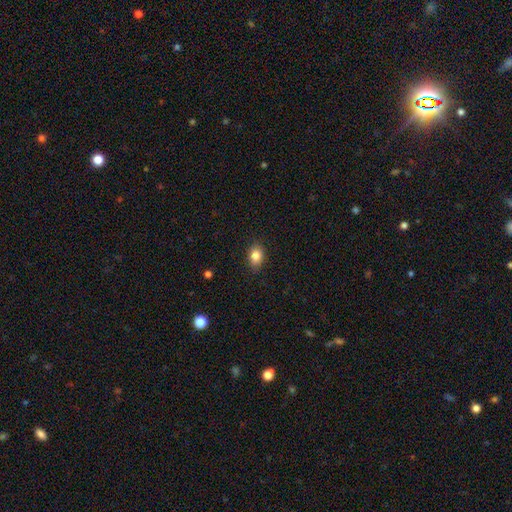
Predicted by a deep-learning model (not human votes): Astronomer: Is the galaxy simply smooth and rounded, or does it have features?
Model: smooth — 84%.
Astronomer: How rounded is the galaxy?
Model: in between — 73%.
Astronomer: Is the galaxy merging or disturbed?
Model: none — 86%.